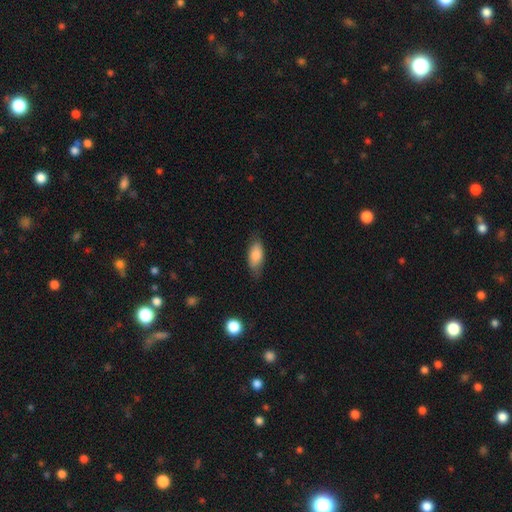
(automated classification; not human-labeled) This appears to be a smooth galaxy with no disk features (81%) that is in between round and cigar-shaped (83%). Merging: none (73%).